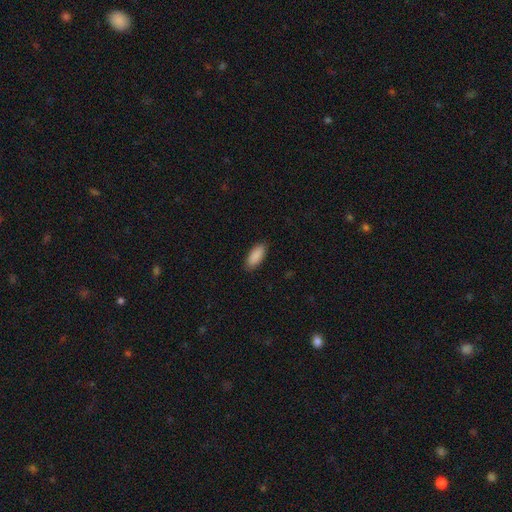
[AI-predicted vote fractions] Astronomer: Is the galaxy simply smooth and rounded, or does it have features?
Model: smooth — 90%.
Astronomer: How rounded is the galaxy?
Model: in between — 84%.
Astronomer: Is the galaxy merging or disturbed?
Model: none — 87%.